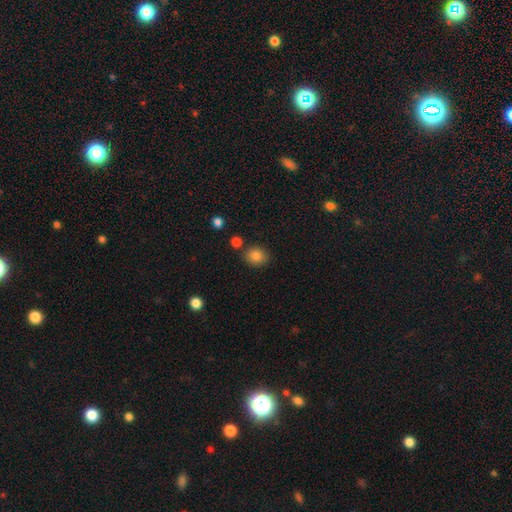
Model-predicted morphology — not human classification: Smooth or featured? smooth (84%)
How rounded? round (61%)
Merging? none (81%)